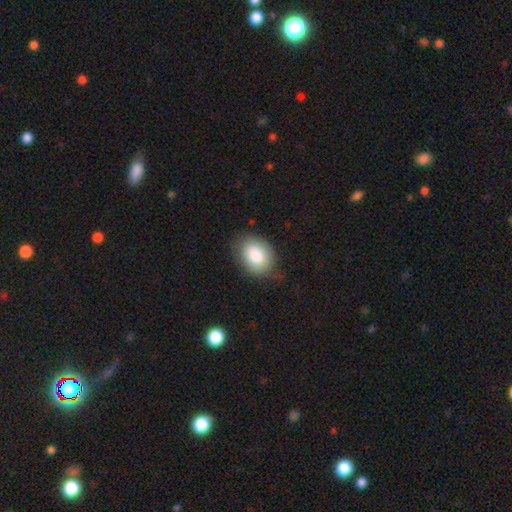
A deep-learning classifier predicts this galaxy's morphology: Overall: smooth (83%). How rounded: in between (67%; round 32%). Merging: none (74%).